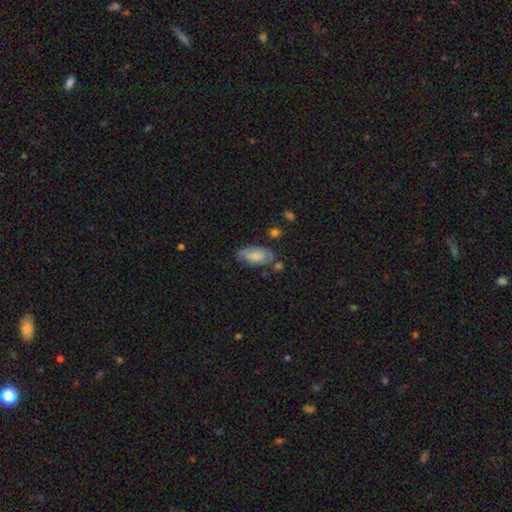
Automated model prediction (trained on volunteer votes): smooth 58%, featured or disk 35%, star or artifact 7%. Down the decision tree: how rounded — in between (92%); merging — none (60%).